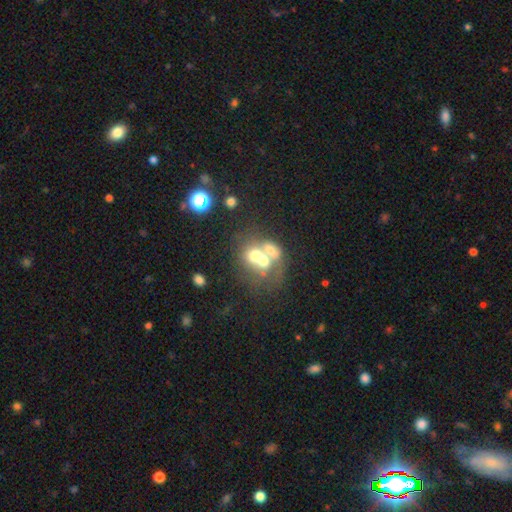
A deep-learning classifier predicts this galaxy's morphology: Smooth or featured? smooth (49%)
Merging? merger (66%)